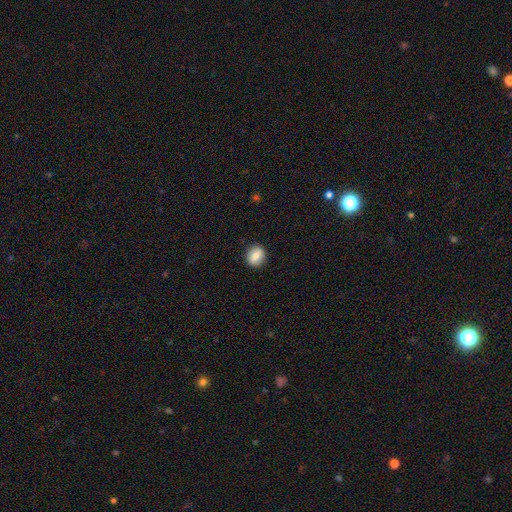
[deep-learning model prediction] A smooth galaxy with no disk features (76%) that is round (74%).

Vote fractions:
- Smooth or featured? smooth: 76% / featured or disk: 16% / star or artifact: 8%
- How rounded? round: 74% / in between: 25% / cigar-shaped: 1%
- Merging? none: 90% / minor disturbance: 7% / major disturbance: 2% / merger: 1%